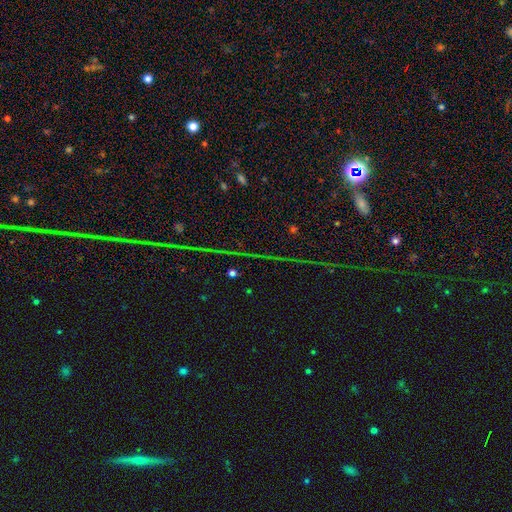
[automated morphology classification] star or artifact 82%, smooth 10%, featured or disk 8%.